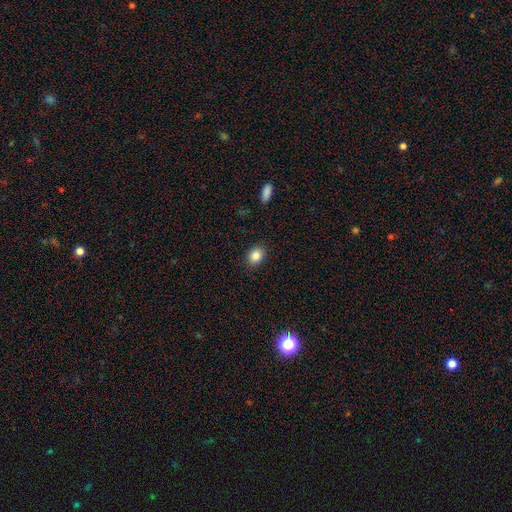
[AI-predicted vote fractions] smooth-or-featured: smooth: 86% | star or artifact: 9% | featured or disk: 5%
  how-rounded: in between: 56% | round: 43% | cigar-shaped: 1%
  merging: none: 89% | minor disturbance: 8% | major disturbance: 2% | merger: 1%